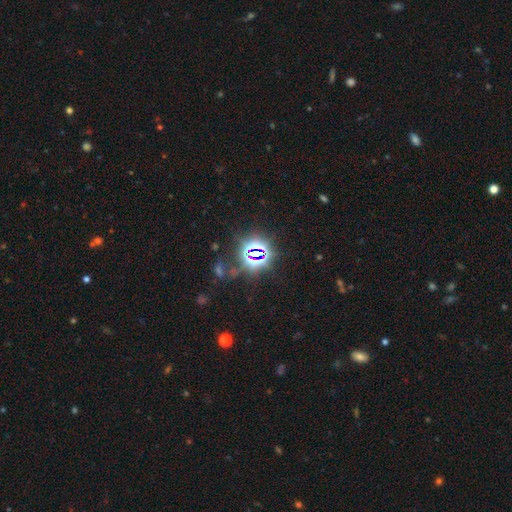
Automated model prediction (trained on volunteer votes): Smooth or featured? star or artifact (80%)